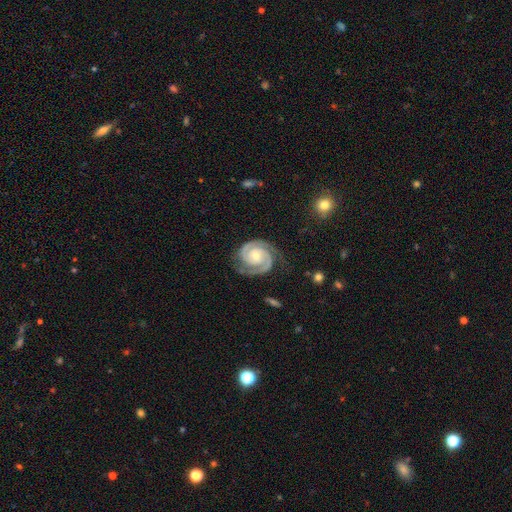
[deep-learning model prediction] Smooth or featured: featured or disk — 93% (star or artifact — 4%)
Edge-on disk: no — 98% (yes — 2%)
Bar: no — 68% (weak — 23%)
Spiral arms: yes — 99% (no — 1%)
Spiral winding: tight — 71% (medium — 26%)
Spiral arm count: 2 — 91% (3 — 3%)
Bulge size: small — 50% (moderate — 46%)
Merging: none — 79% (minor disturbance — 15%)